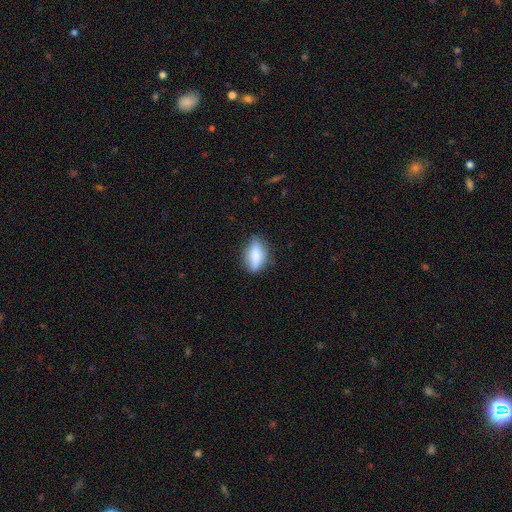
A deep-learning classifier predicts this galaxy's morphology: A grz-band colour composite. It shows a smooth galaxy with no disk features (69%) that is in between round and cigar-shaped (74%). Merging: none (77%).